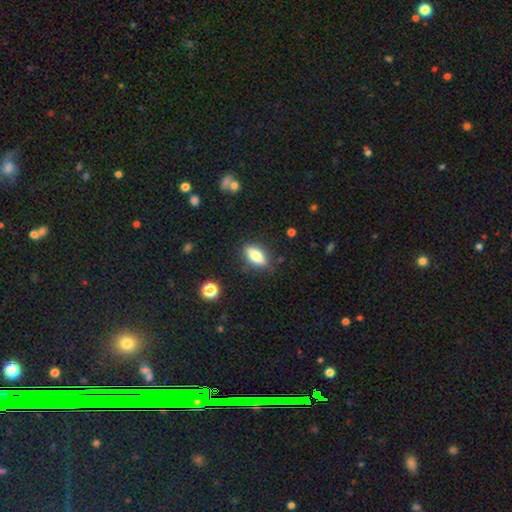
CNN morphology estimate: Smooth or featured: smooth — 71% (featured or disk — 21%)
How rounded: in between — 71% (cigar-shaped — 26%)
Merging: none — 84% (minor disturbance — 12%)